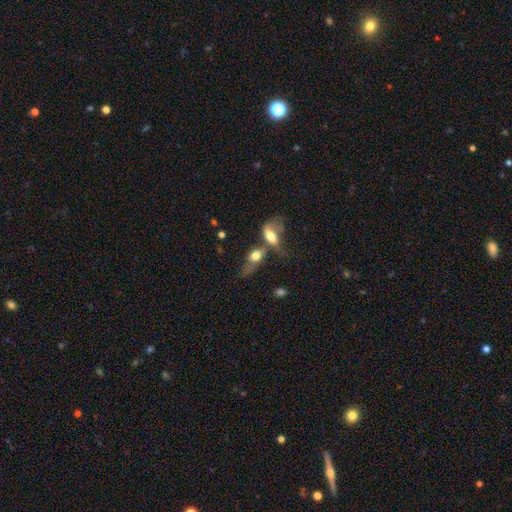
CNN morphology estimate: smooth 66%, featured or disk 25%, star or artifact 9%. Down the decision tree: how rounded — in between (78%); merging — merger (56%).